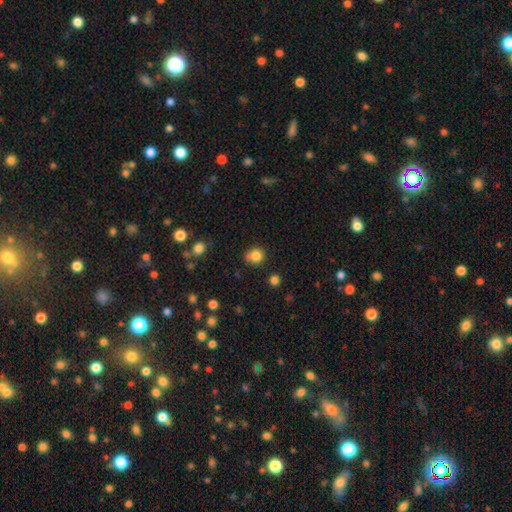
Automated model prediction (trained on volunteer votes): The model was most divided on "merging": none: 60%, minor disturbance: 18%, merger: 16%, major disturbance: 5%. More confident: how rounded — round (83%); smooth or featured — smooth (81%).